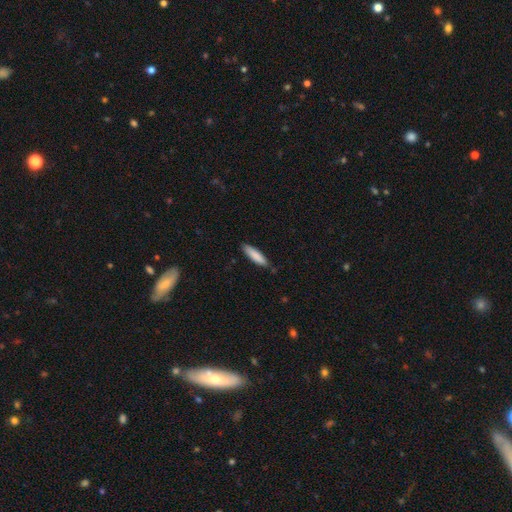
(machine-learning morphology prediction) A smooth galaxy with no disk features (86%) that is cigar-shaped (70%). Merging: none (83%).